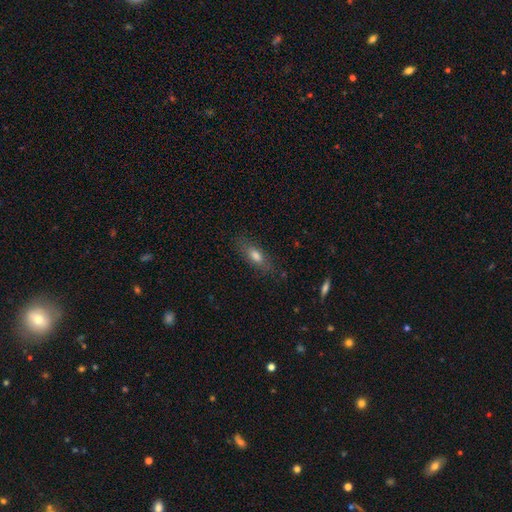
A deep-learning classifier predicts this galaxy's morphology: Smooth or featured?
  - smooth: 71% *
  - featured or disk: 20%
  - star or artifact: 9%
How rounded?
  - in between: 66% *
  - cigar-shaped: 31%
  - round: 4%
Merging?
  - none: 77% *
  - minor disturbance: 16%
  - major disturbance: 5%
  - merger: 2%